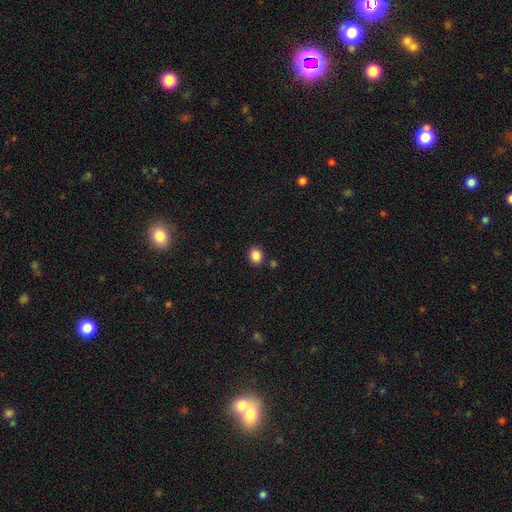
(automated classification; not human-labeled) The model was most divided on "how rounded": round: 60%, in between: 39%, cigar-shaped: 1%. More confident: smooth or featured — smooth (87%); merging — none (86%).